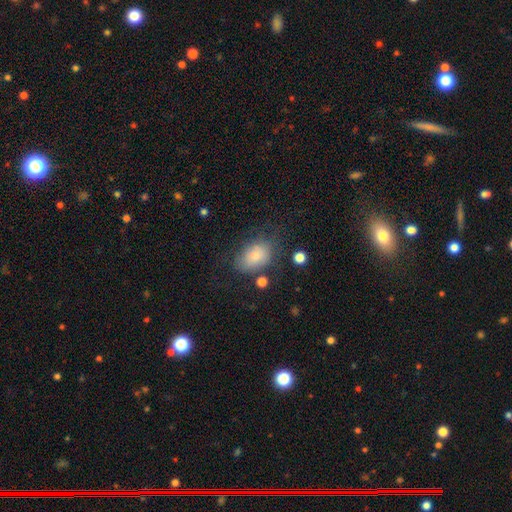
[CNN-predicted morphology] Smooth or featured? smooth (79%)
How rounded? in between (84%)
Merging? none (60%)